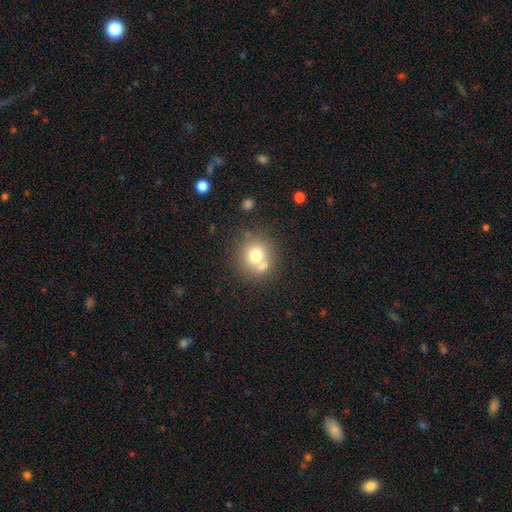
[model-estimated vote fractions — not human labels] Overall: smooth (72%). How rounded: round (86%). Merging: none (59%; merger 26%).